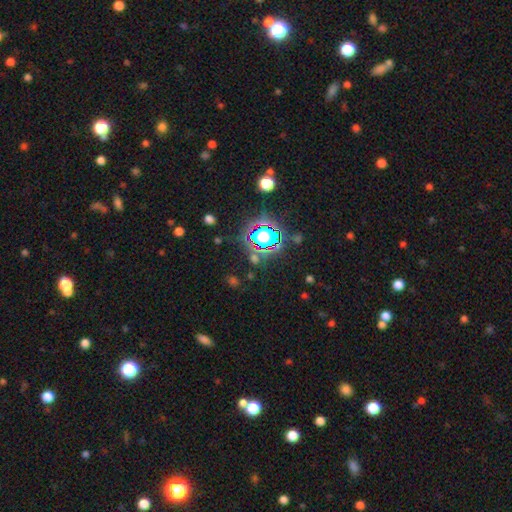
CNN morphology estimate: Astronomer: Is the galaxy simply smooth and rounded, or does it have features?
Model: star or artifact — 72%.